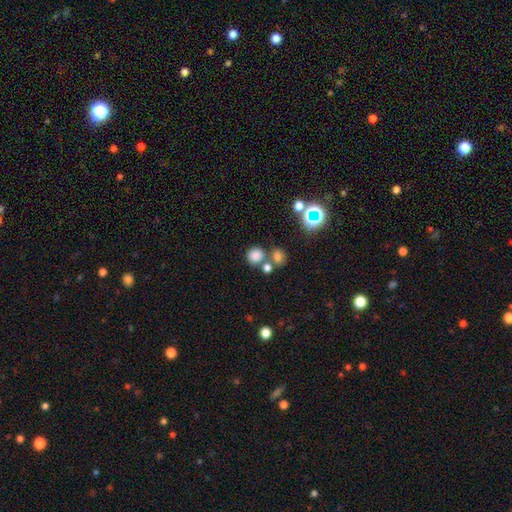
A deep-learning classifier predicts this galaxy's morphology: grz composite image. It shows a smooth galaxy with no disk features (78%) that is round (85%). Merging: none (60%).